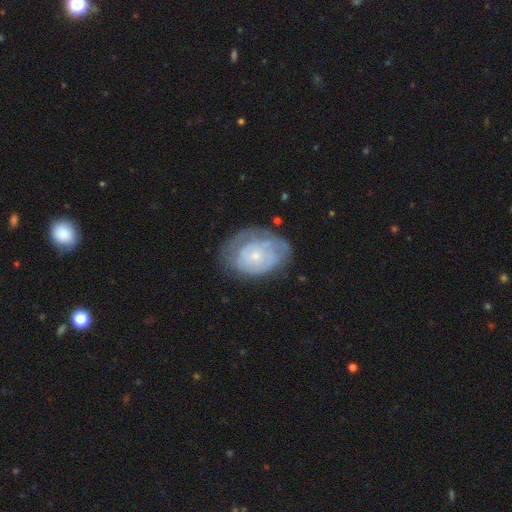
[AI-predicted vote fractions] Overall: featured or disk (66%; smooth 28%). Edge-on disk: no (97%). Bar: no (84%). Spiral arms: yes (71%). Bulge size: small (75%). Merging: none (60%; minor disturbance 25%).